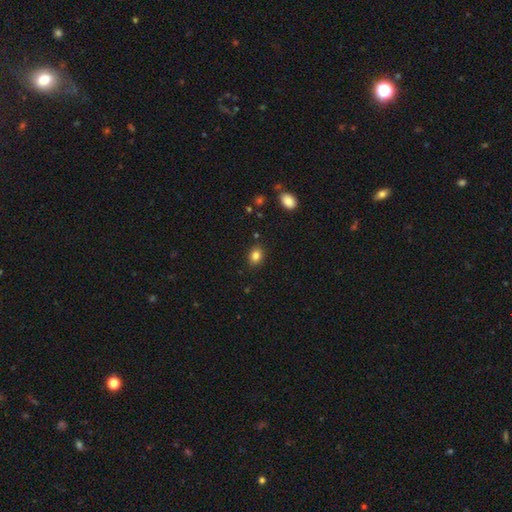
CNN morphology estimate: Overall: smooth (84%). How rounded: in between (59%; round 40%). Merging: none (86%).